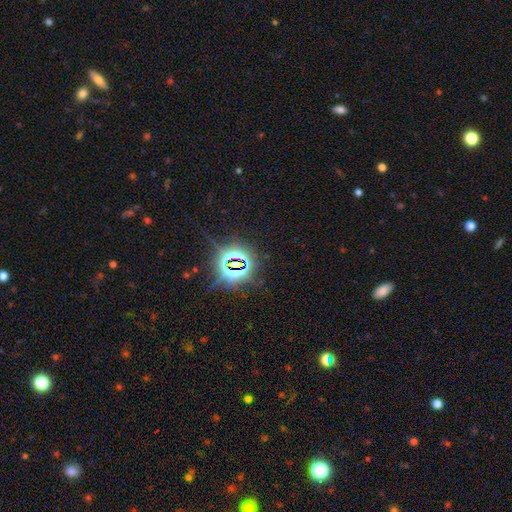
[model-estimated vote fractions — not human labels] Q: Smooth or featured?
A: star or artifact (82%); runner-up: smooth (10%)